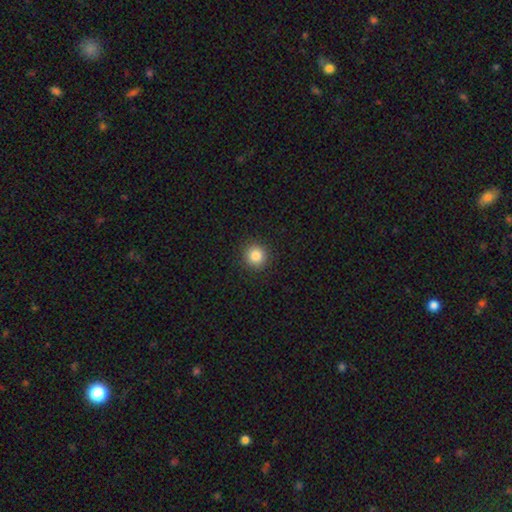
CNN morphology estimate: A smooth galaxy with no disk features (85%) that is round (94%). Merging: none (92%).